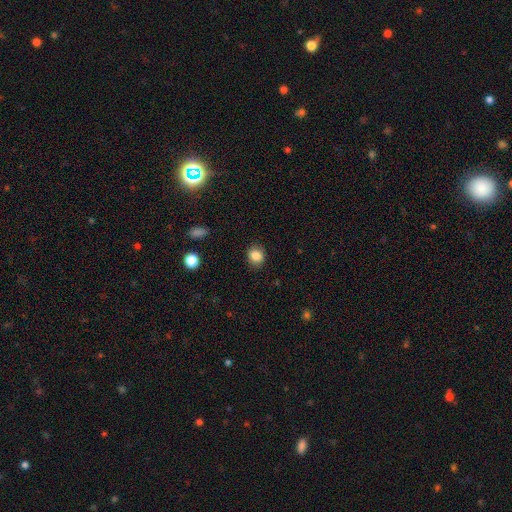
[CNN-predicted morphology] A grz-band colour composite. It shows a smooth galaxy with no disk features (85%) that is round (74%). Merging: none (87%).